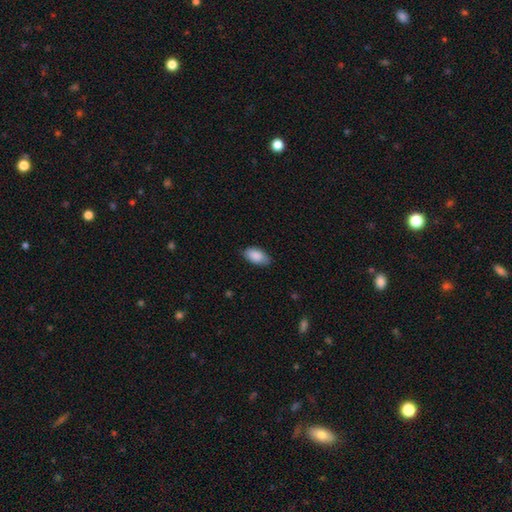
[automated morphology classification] smooth-or-featured: smooth: 89% | star or artifact: 6% | featured or disk: 5%
  how-rounded: in between: 94% | round: 3% | cigar-shaped: 3%
  merging: none: 82% | minor disturbance: 15% | major disturbance: 3% | merger: 1%